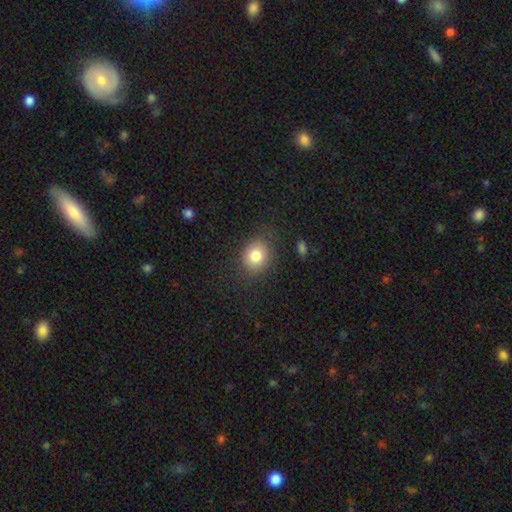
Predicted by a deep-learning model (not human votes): Smooth or featured?
  - smooth: 81% *
  - star or artifact: 10%
  - featured or disk: 9%
How rounded?
  - round: 64% *
  - in between: 35%
  - cigar-shaped: 1%
Merging?
  - none: 78% *
  - minor disturbance: 15%
  - major disturbance: 6%
  - merger: 2%